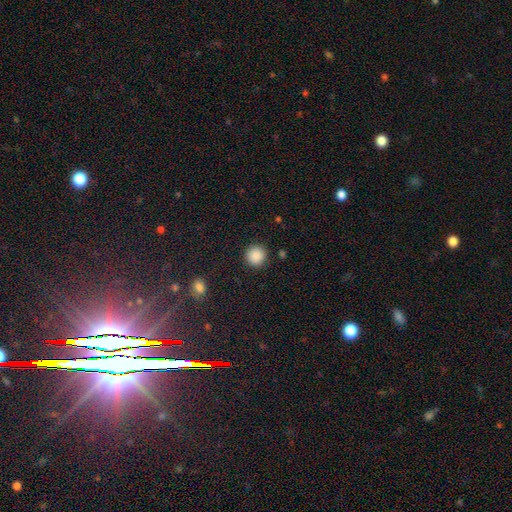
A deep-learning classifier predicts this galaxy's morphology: type=smooth (88%); roundness=round (94%); merging=none (91%).